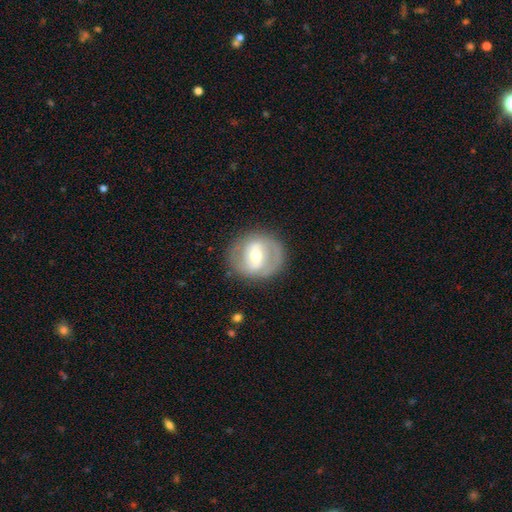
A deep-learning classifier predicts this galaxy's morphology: featured or disk 65%, smooth 29%, star or artifact 6%. Down the decision tree: edge-on disk — no (96%); bar — weak (42%); spiral arms — yes (57%); bulge size — moderate (67%); merging — none (81%).